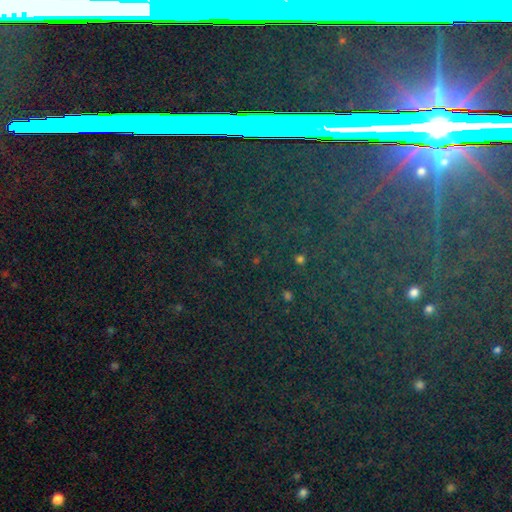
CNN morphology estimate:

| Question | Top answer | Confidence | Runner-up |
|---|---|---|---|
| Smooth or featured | star or artifact | 84% | featured or disk (8%) |